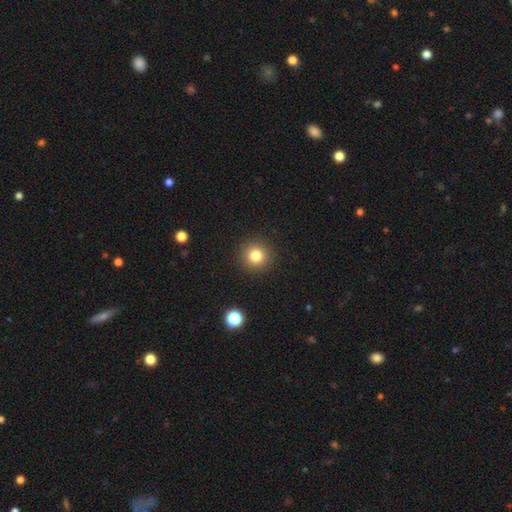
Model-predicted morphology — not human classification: This appears to be a smooth galaxy with no disk features (81%) that is round (95%). Merging: none (91%).